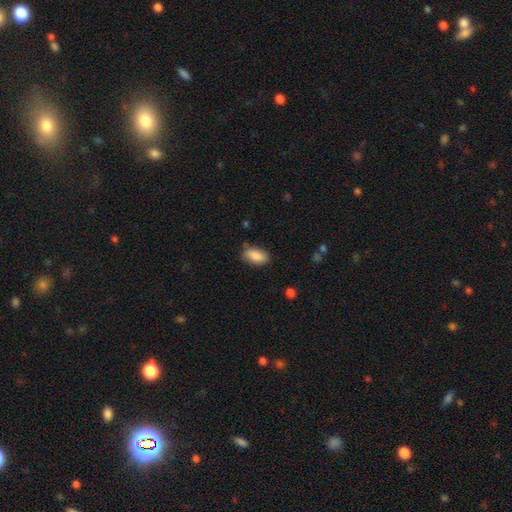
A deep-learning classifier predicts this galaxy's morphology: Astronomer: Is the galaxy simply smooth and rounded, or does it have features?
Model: smooth — 88%.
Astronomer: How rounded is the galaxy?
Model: in between — 91%.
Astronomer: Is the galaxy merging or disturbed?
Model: none — 78%.